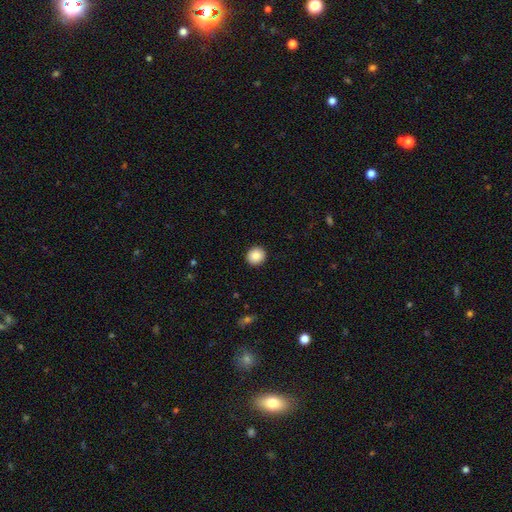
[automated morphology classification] Smooth or featured? Predicted: smooth (p=0.87). How rounded? Predicted: round (p=0.88). Merging? Predicted: none (p=0.93).